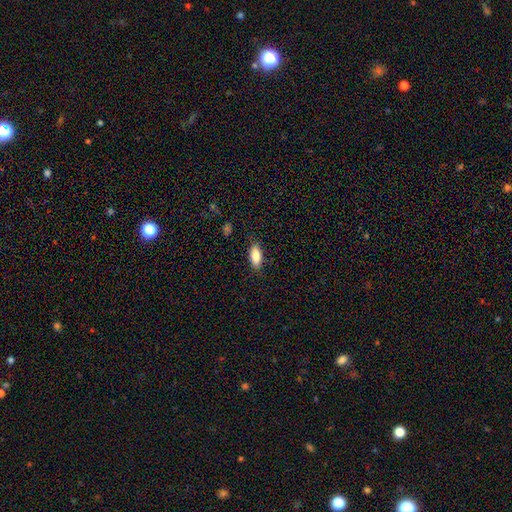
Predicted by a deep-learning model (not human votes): smooth_or_featured: smooth (p=0.85) [alt: featured or disk p=0.08]
how_rounded: in between (p=0.79) [alt: cigar-shaped p=0.18]
merging: none (p=0.84) [alt: minor disturbance p=0.12]